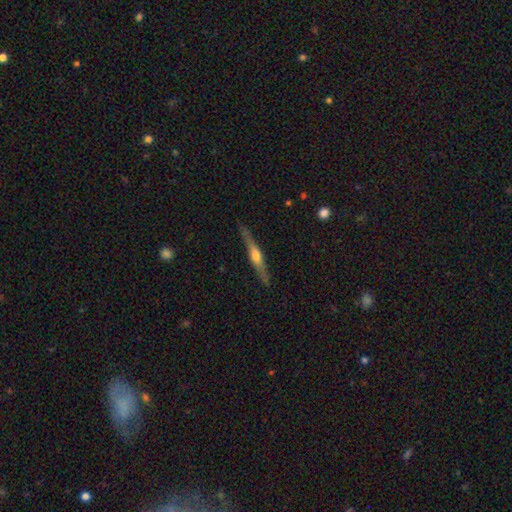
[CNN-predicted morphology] Smooth or featured?
  - featured or disk: 69% *
  - smooth: 25%
  - star or artifact: 6%
Edge-on disk?
  - yes: 96% *
  - no: 4%
Edge-on bulge?
  - rounded: 85% *
  - boxy: 8%
  - none: 7%
Merging?
  - none: 85% *
  - minor disturbance: 11%
  - major disturbance: 2%
  - merger: 1%